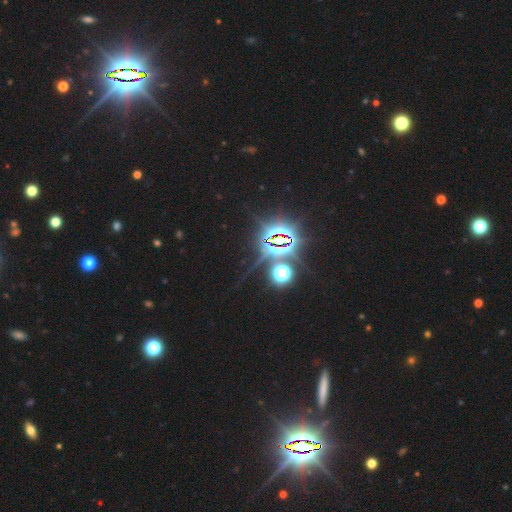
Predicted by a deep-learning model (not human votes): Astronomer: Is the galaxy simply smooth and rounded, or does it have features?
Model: star or artifact — 82%.